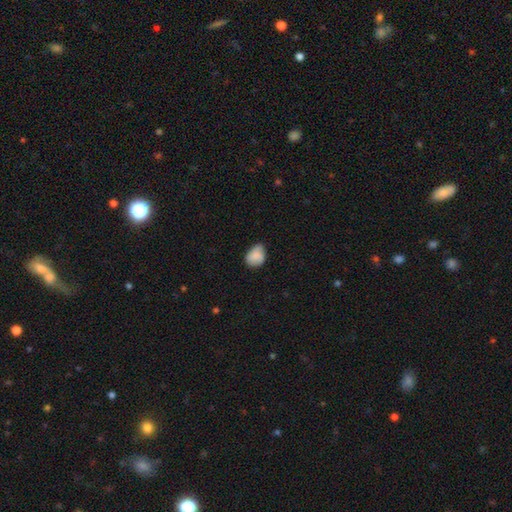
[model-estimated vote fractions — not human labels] Morphology: type=smooth (81%); roundness=in between (61%); merging=none (53%).